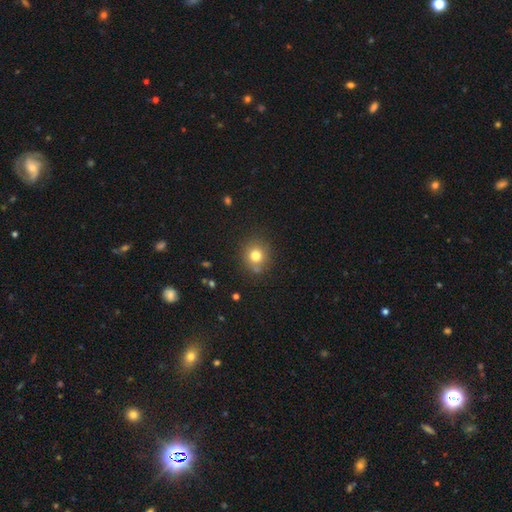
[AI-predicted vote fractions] smooth 78%, star or artifact 13%, featured or disk 9%. Down the decision tree: how rounded — round (88%); merging — none (80%).